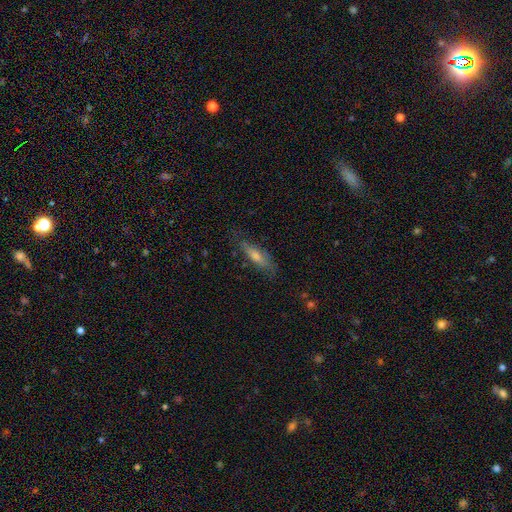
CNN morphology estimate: Q: Smooth or featured?
A: smooth (48%); runner-up: featured or disk (44%)
Q: Merging?
A: none (75%); runner-up: minor disturbance (18%)